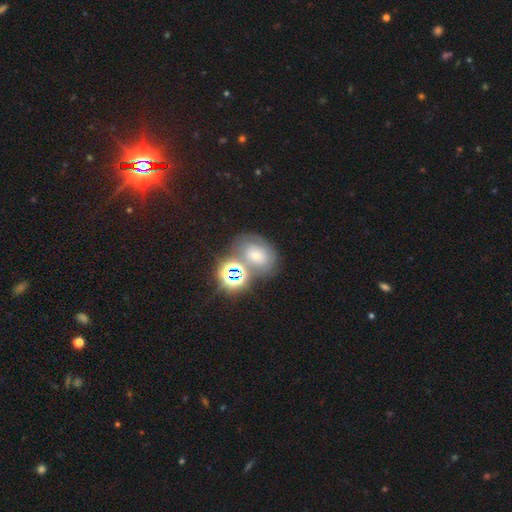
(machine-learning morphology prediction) type=star or artifact (39%).